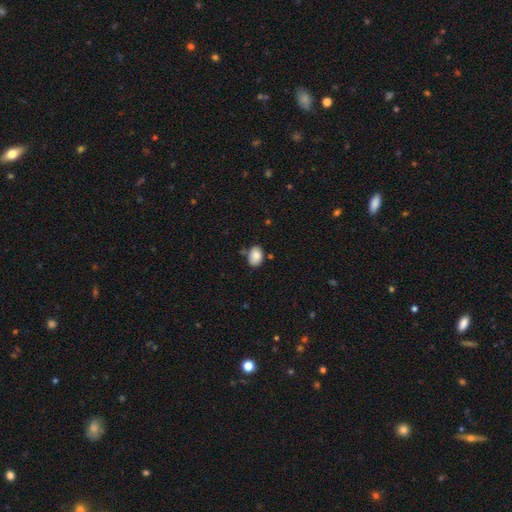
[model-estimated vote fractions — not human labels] The model was most divided on "merging": none: 68%, minor disturbance: 21%, merger: 7%, major disturbance: 4%. More confident: how rounded — in between (86%); smooth or featured — smooth (85%).